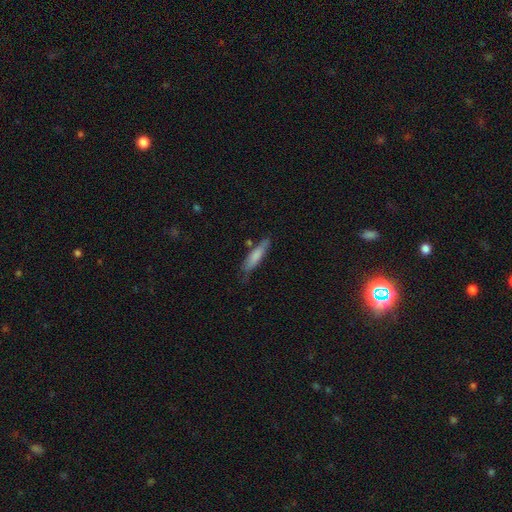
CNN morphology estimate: smooth 76%, featured or disk 18%, star or artifact 6%. Down the decision tree: how rounded — cigar-shaped (76%); merging — none (68%).